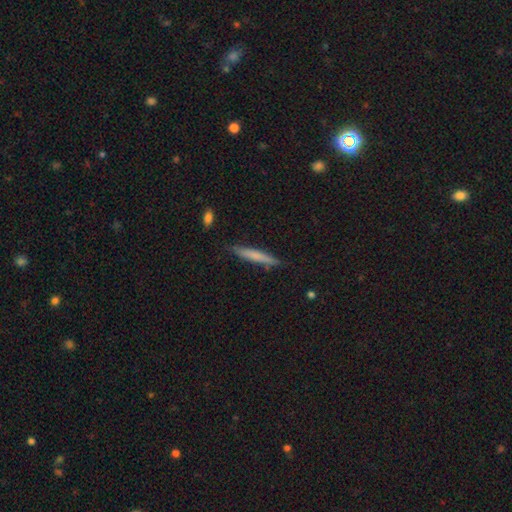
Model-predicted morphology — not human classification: This is likely a smooth galaxy (67%). How rounded: clearly cigar-shaped (95%). Merging: clearly none (86%).